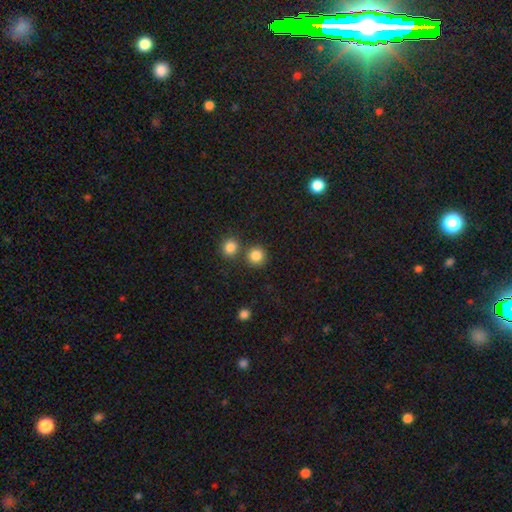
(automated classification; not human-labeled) Morphology: type=smooth (85%); roundness=round (91%); merging=none (74%).